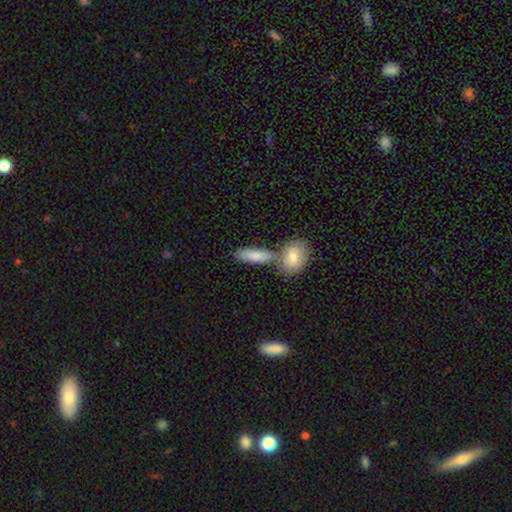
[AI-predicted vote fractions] Morphology: type=smooth (80%); roundness=in between (59%); merging=none (54%).